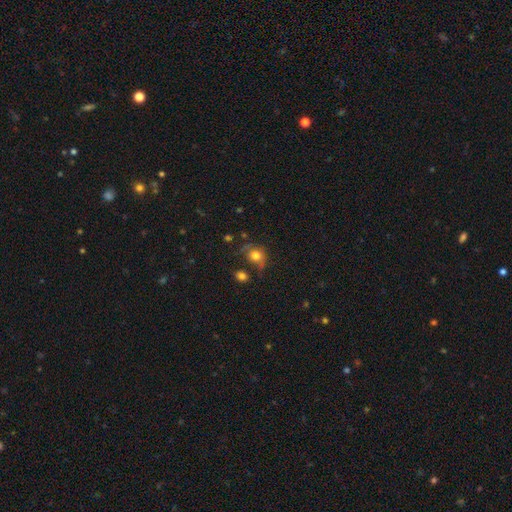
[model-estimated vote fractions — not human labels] Smooth or featured: smooth — 73% (featured or disk — 15%)
How rounded: round — 73% (in between — 26%)
Merging: none — 50% (minor disturbance — 25%)